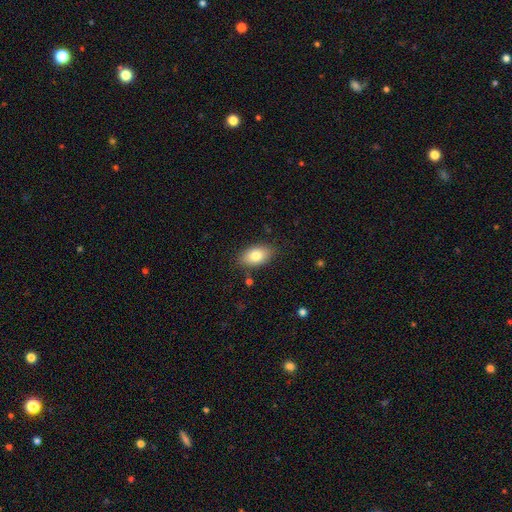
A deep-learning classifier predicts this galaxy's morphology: smooth_or_featured: smooth (p=0.80) [alt: featured or disk p=0.13]
how_rounded: in between (p=0.91) [alt: round p=0.07]
merging: none (p=0.84) [alt: minor disturbance p=0.12]